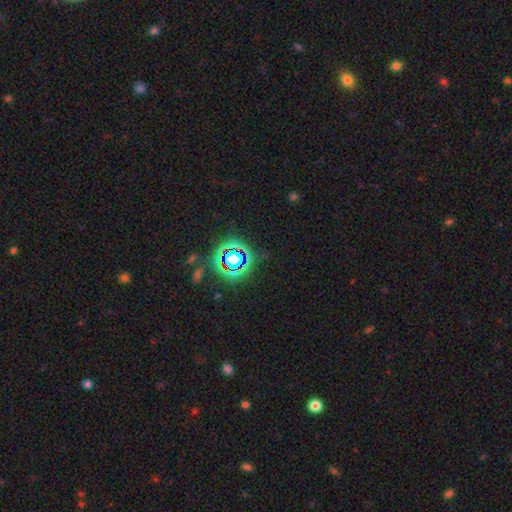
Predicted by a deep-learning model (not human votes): Q: Smooth or featured?
A: star or artifact (77%); runner-up: smooth (15%)